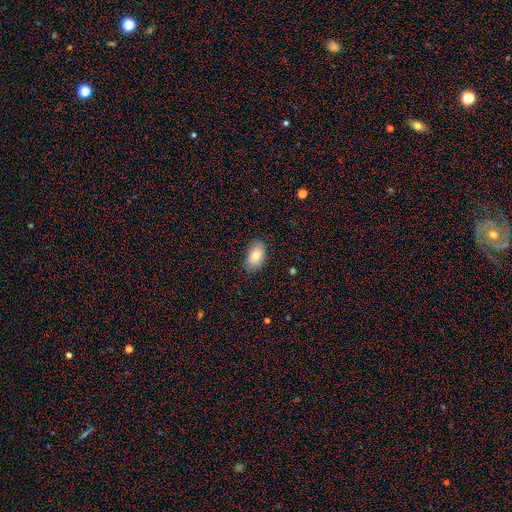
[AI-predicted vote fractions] Smooth or featured: smooth — 81% (featured or disk — 11%)
How rounded: in between — 92% (round — 6%)
Merging: none — 84% (minor disturbance — 13%)